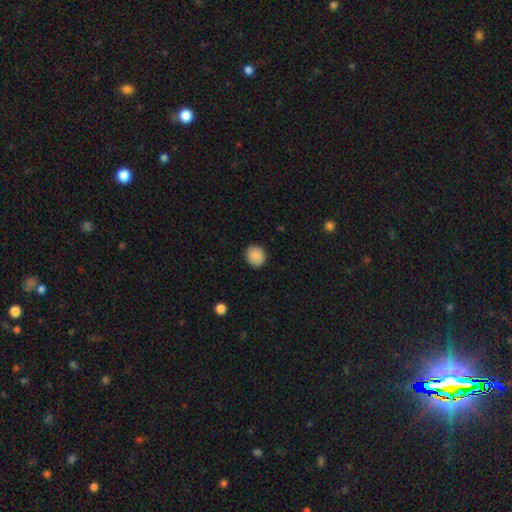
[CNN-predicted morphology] A smooth galaxy with no disk features (88%) that is round (86%). Merging: none (88%).